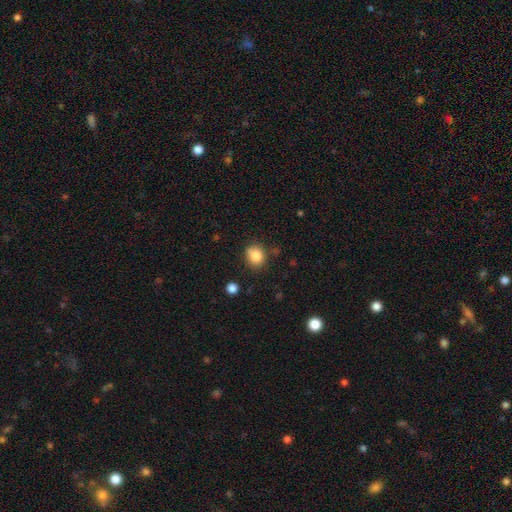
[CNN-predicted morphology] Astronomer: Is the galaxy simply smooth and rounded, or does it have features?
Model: smooth — 82%.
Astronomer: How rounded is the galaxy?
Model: round — 78%.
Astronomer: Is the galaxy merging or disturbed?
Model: none — 72%.